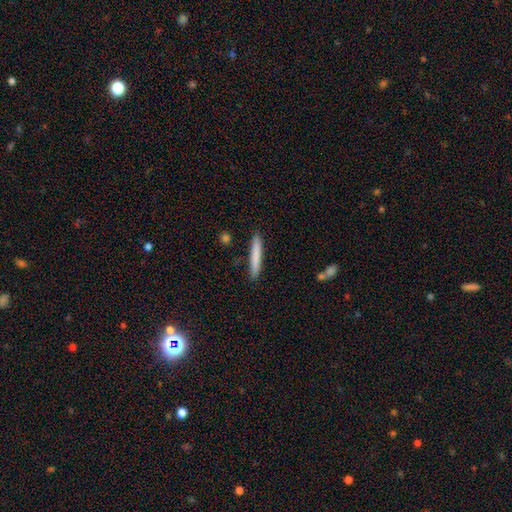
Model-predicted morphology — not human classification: Smooth or featured? Predicted: smooth (p=0.78). How rounded? Predicted: cigar-shaped (p=0.95). Merging? Predicted: none (p=0.90).